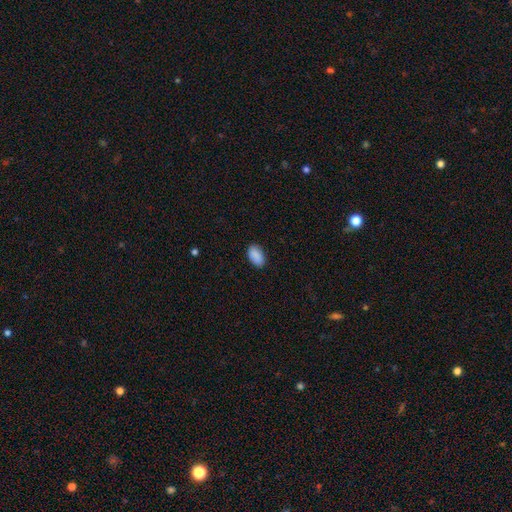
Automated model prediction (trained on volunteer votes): A smooth galaxy with no disk features (90%) that is in between round and cigar-shaped (93%).

Vote fractions:
- Smooth or featured? smooth: 90% / star or artifact: 7% / featured or disk: 4%
- How rounded? in between: 93% / round: 6% / cigar-shaped: 1%
- Merging? none: 87% / minor disturbance: 10% / major disturbance: 2% / merger: 1%